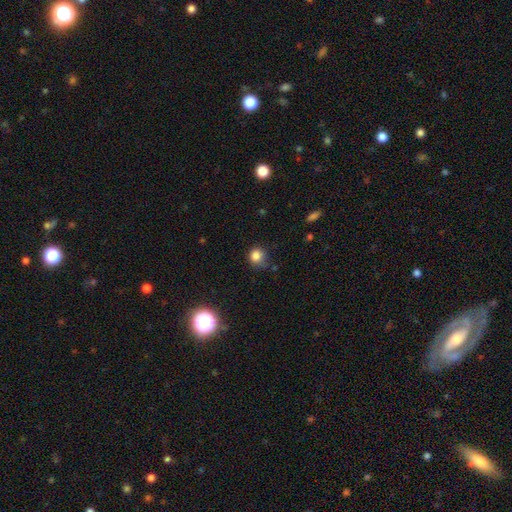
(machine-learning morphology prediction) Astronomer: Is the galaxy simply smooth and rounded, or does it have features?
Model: smooth — 83%.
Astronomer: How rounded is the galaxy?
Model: round — 88%.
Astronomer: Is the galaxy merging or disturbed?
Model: none — 72%.